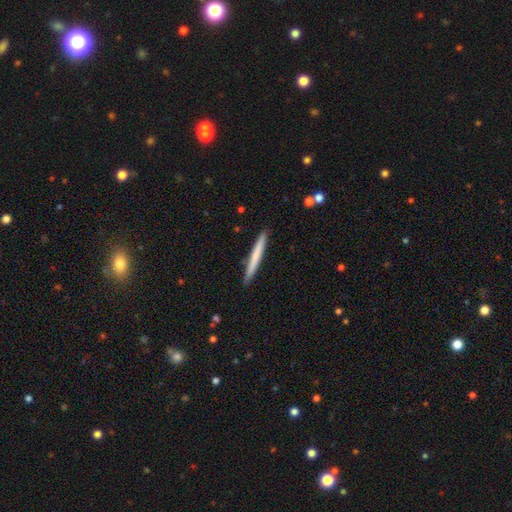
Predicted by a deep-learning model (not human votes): This is likely a smooth galaxy (67%). How rounded: clearly cigar-shaped (97%). Merging: clearly none (91%).